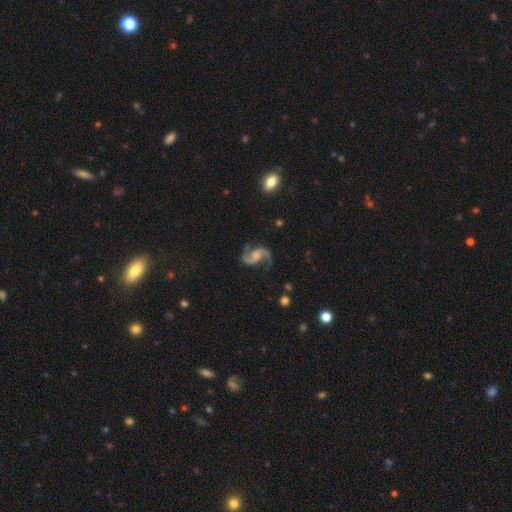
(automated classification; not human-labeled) This appears to be a featured or disk galaxy (92%) with no bar (53%), 2 (94%) loose (52%) spiral arms (98%) and no central bulge (36%). Merging: none (77%).